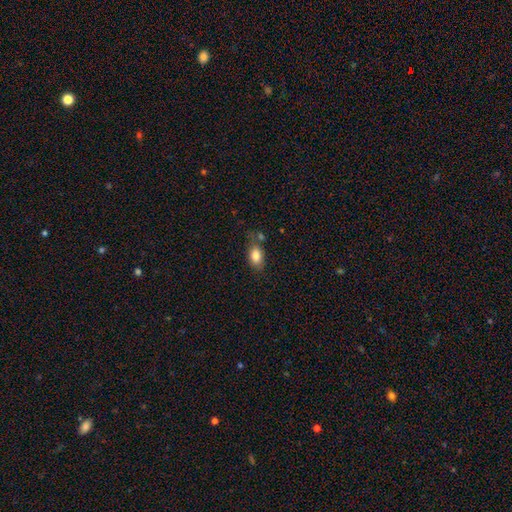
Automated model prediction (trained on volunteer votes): Smooth or featured? smooth (83%)
How rounded? in between (88%)
Merging? none (62%)